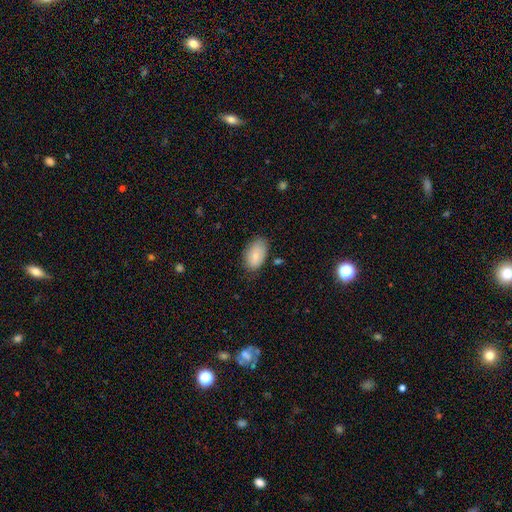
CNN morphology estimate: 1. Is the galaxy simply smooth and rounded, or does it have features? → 76% smooth, 17% featured or disk, 7% star or artifact.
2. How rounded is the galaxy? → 92% in between, 7% round, 1% cigar-shaped.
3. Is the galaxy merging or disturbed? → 73% none, 20% minor disturbance, 4% major disturbance, 2% merger.